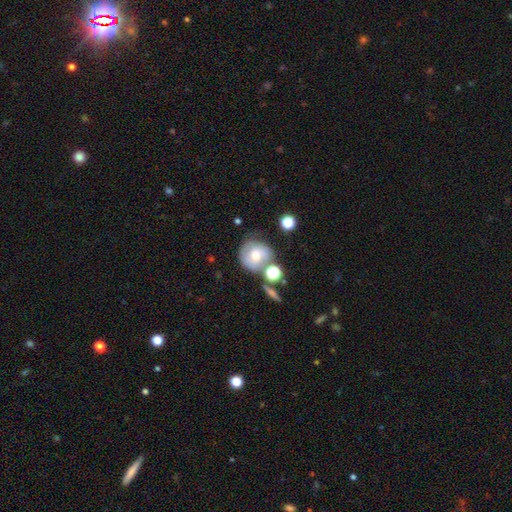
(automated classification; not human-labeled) A smooth galaxy with no disk features (50%). Merging: none (54%).